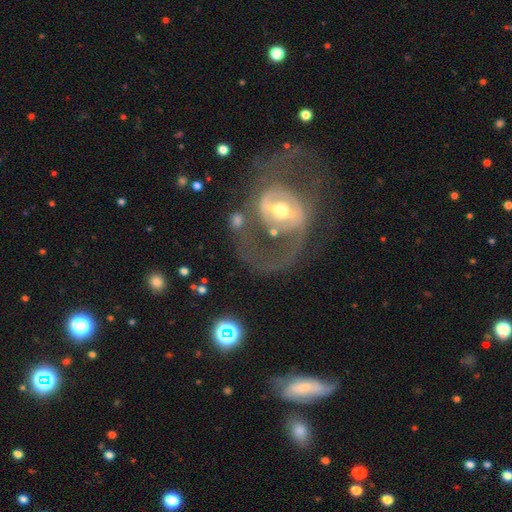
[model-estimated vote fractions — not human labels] Morphology: type=featured or disk (81%); edge-on=no (96%); bar=no (38%); spiral arms=yes (79%); winding=medium (48%); arm count=2 (76%); bulge=moderate (55%); merging=none (55%).